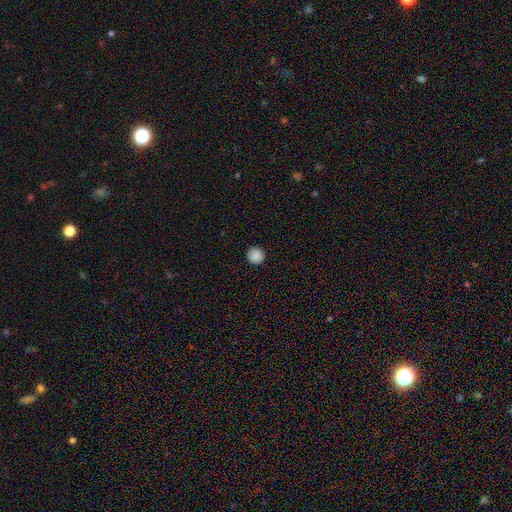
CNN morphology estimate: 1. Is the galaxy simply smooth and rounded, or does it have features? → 88% smooth, 9% star or artifact, 2% featured or disk.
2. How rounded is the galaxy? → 96% round, 3% in between, 1% cigar-shaped.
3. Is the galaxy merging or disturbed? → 92% none, 5% minor disturbance, 2% major disturbance, 1% merger.